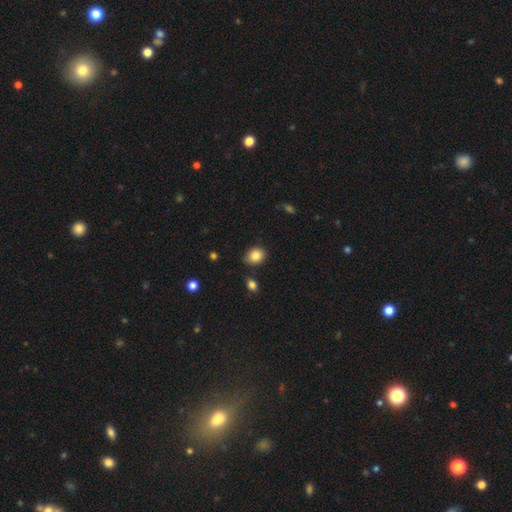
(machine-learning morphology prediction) Smooth or featured?
  - smooth: 84% *
  - star or artifact: 9%
  - featured or disk: 7%
How rounded?
  - round: 53% *
  - in between: 46%
  - cigar-shaped: 1%
Merging?
  - none: 80% *
  - minor disturbance: 14%
  - merger: 3%
  - major disturbance: 2%